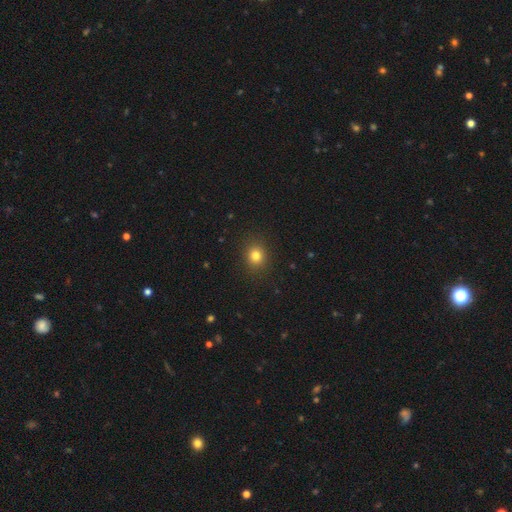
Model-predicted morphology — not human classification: type=smooth (79%); roundness=round (76%); merging=none (90%).